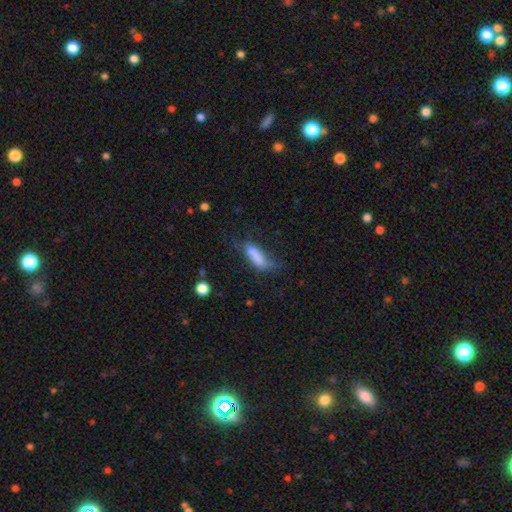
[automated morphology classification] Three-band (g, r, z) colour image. It shows a smooth galaxy with no disk features (73%) that is in between round and cigar-shaped (52%). Merging: none (34%).